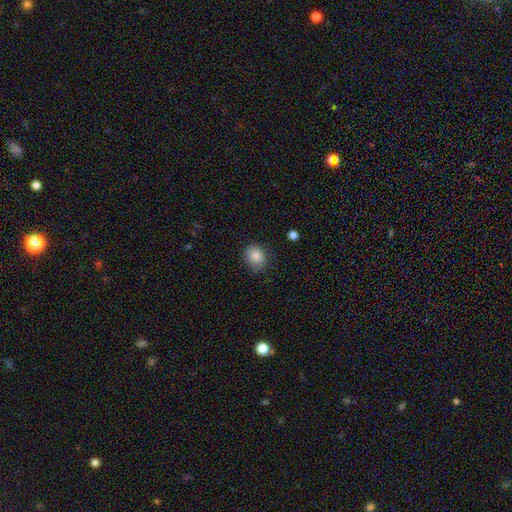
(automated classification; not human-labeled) smooth_or_featured: smooth (p=0.84) [alt: star or artifact p=0.09]
how_rounded: round (p=0.70) [alt: in between p=0.29]
merging: none (p=0.74) [alt: minor disturbance p=0.20]